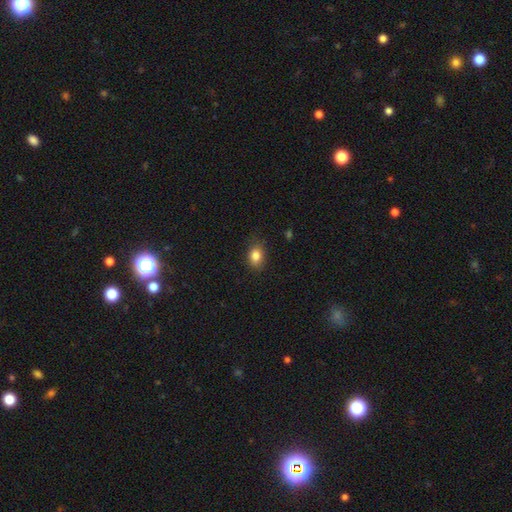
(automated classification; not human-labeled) smooth_or_featured: smooth (p=0.84) [alt: star or artifact p=0.10]
how_rounded: in between (p=0.69) [alt: round p=0.30]
merging: none (p=0.81) [alt: minor disturbance p=0.15]